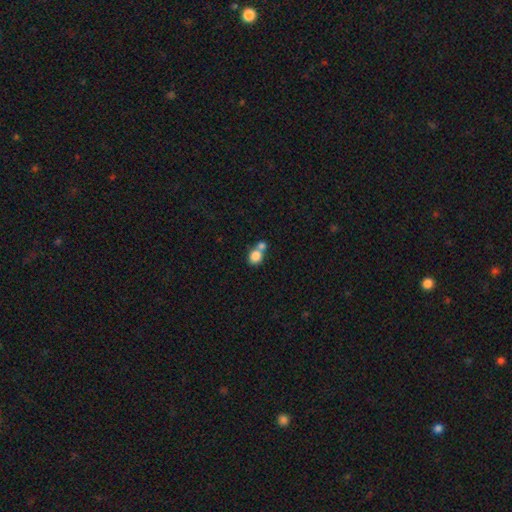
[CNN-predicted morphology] smooth 82%, star or artifact 9%, featured or disk 9%. Down the decision tree: how rounded — round (67%); merging — merger (53%).